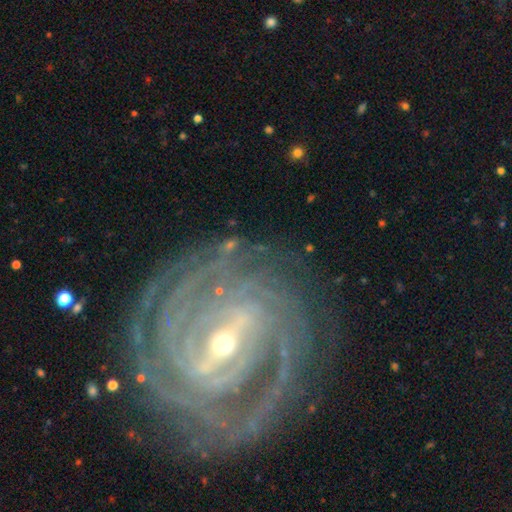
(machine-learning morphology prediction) The model was most divided on "spiral arm count": 4: 25%, more than 4: 19%, 3: 18%, can't tell: 18%, 2: 13%, 1: 8%. More confident: spiral arms — yes (98%); edge-on disk — no (96%); smooth or featured — featured or disk (92%); spiral winding — tight (80%); merging — none (79%); bar — strong (66%); bulge size — small (55%).